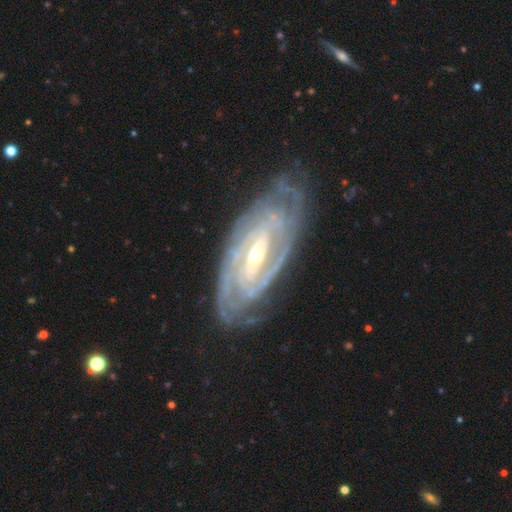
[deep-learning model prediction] Q: Smooth or featured?
A: featured or disk (89%); runner-up: smooth (6%)
Q: Edge-on disk?
A: no (93%); runner-up: yes (7%)
Q: Bar?
A: strong (43%); runner-up: weak (36%)
Q: Spiral arms?
A: yes (96%); runner-up: no (4%)
Q: Spiral winding?
A: tight (74%); runner-up: medium (21%)
Q: Spiral arm count?
A: can't tell (32%); runner-up: 2 (27%)
Q: Bulge size?
A: small (61%); runner-up: moderate (35%)
Q: Merging?
A: none (75%); runner-up: minor disturbance (18%)